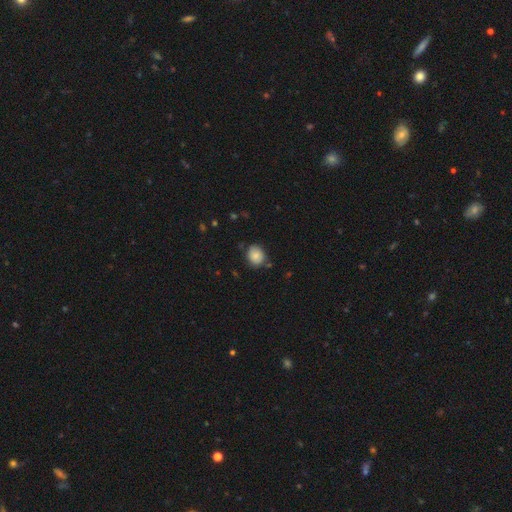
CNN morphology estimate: Smooth or featured: smooth — 81% (featured or disk — 10%)
How rounded: round — 65% (in between — 34%)
Merging: none — 76% (minor disturbance — 17%)